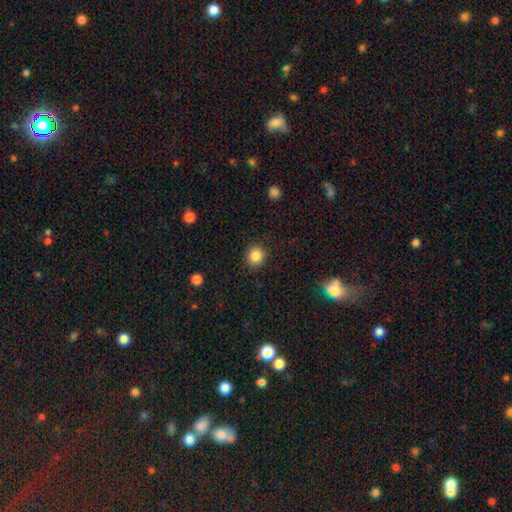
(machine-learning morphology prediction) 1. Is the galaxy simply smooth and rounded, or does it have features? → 86% smooth, 10% star or artifact, 4% featured or disk.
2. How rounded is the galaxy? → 85% round, 15% in between, 1% cigar-shaped.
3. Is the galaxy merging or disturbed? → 90% none, 7% minor disturbance, 2% major disturbance, 1% merger.